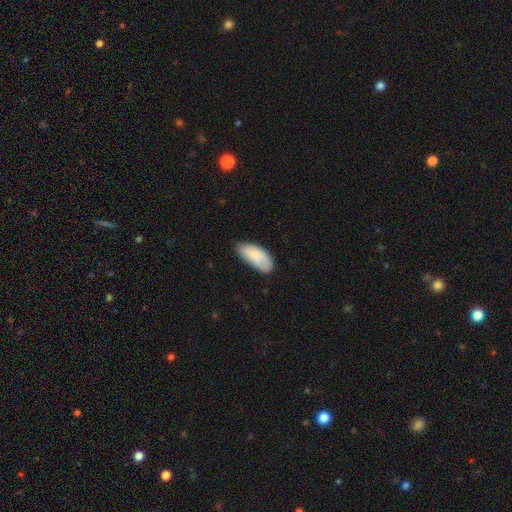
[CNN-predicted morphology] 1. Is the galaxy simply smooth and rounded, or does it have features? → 83% smooth, 11% featured or disk, 6% star or artifact.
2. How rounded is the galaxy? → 92% in between, 7% cigar-shaped, 2% round.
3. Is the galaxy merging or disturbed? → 69% none, 25% minor disturbance, 4% major disturbance, 1% merger.